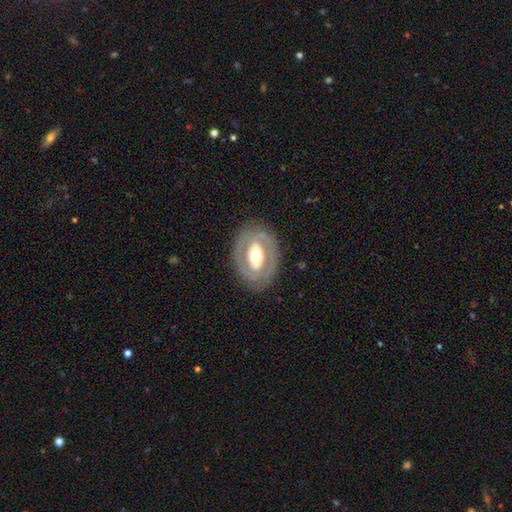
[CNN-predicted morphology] A featured or disk galaxy (69%) with no bar (40%), no spiral arms (63%) and a moderate central bulge (64%).

Vote fractions:
- Smooth or featured? featured or disk: 69% / smooth: 26% / star or artifact: 5%
- Edge-on disk? no: 93% / yes: 7%
- Bar? no: 40% / strong: 32% / weak: 28%
- Spiral arms? no: 63% / yes: 37%
- Bulge size? moderate: 64% / large: 22% / small: 12% / dominant: 2% / none: 1%
- Merging? none: 81% / minor disturbance: 12% / major disturbance: 6% / merger: 1%